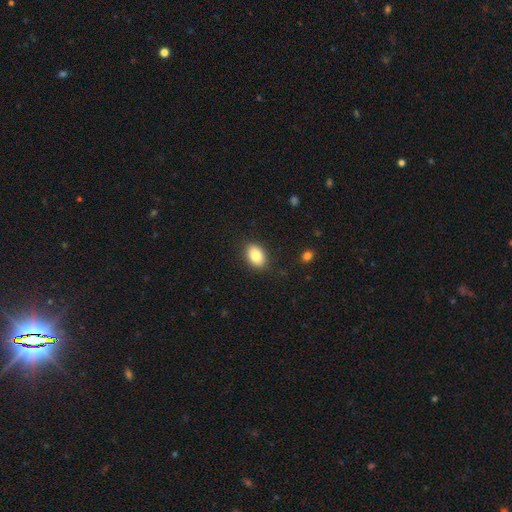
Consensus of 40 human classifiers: Q: Smooth or featured?
A: smooth (80%); runner-up: featured or disk (15%)
Q: How rounded?
A: in between (84%); runner-up: round (16%)
Q: Merging?
A: none (84%); runner-up: minor disturbance (13%)